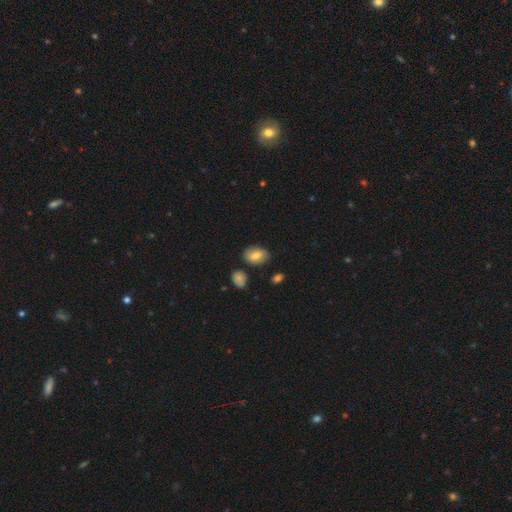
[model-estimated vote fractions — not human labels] smooth_or_featured: smooth (p=0.75) [alt: featured or disk p=0.16]
how_rounded: in between (p=0.81) [alt: round p=0.17]
merging: none (p=0.79) [alt: minor disturbance p=0.14]